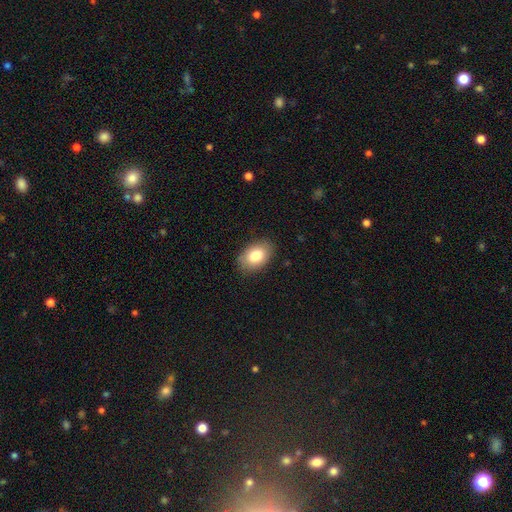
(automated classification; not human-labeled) Morphology: type=smooth (82%); roundness=in between (89%); merging=none (85%).